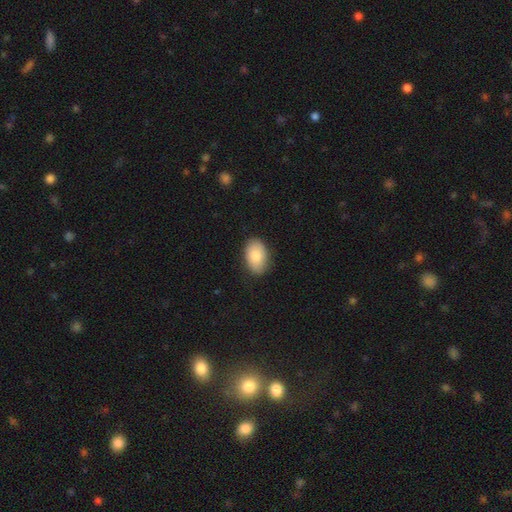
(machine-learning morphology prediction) smooth-or-featured: smooth: 84% | featured or disk: 10% | star or artifact: 6%
  how-rounded: in between: 91% | round: 8% | cigar-shaped: 1%
  merging: none: 85% | minor disturbance: 12% | major disturbance: 2% | merger: 1%